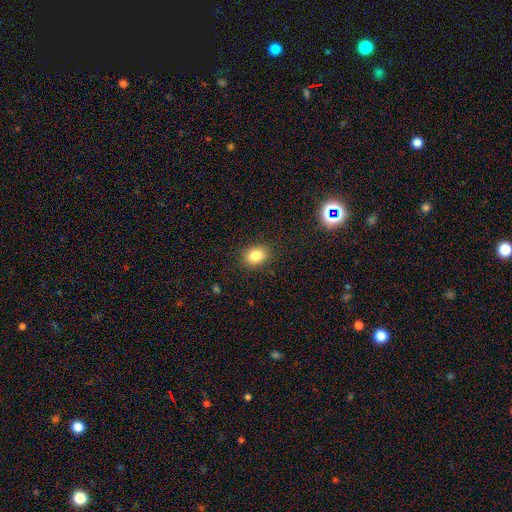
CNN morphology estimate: This is clearly a smooth galaxy (84%). How rounded: likely in between (60%). Merging: clearly none (87%).